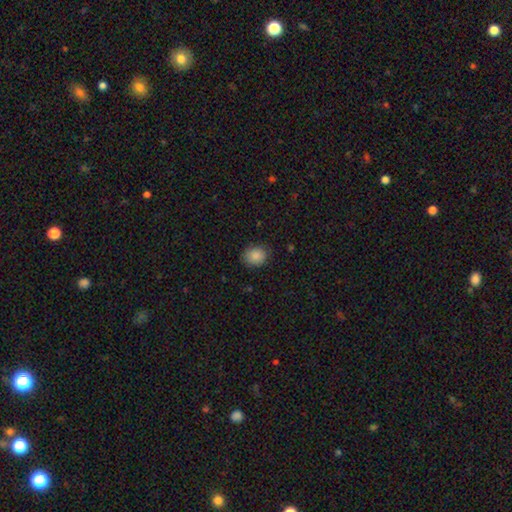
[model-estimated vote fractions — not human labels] Overall: smooth (88%). How rounded: round (57%; in between 42%). Merging: none (83%).